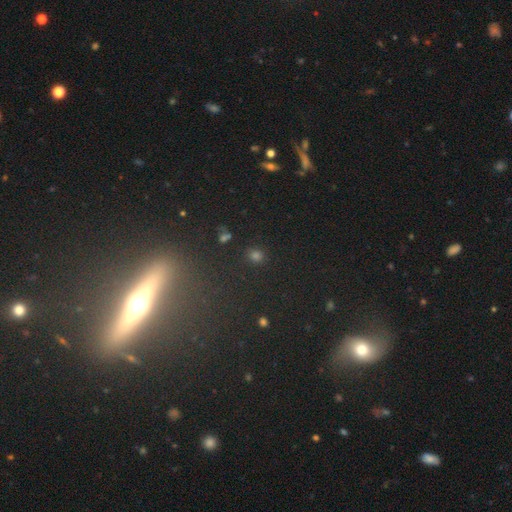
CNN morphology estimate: This appears to be a smooth galaxy with no disk features (59%) that is round (70%). Merging: none (86%).